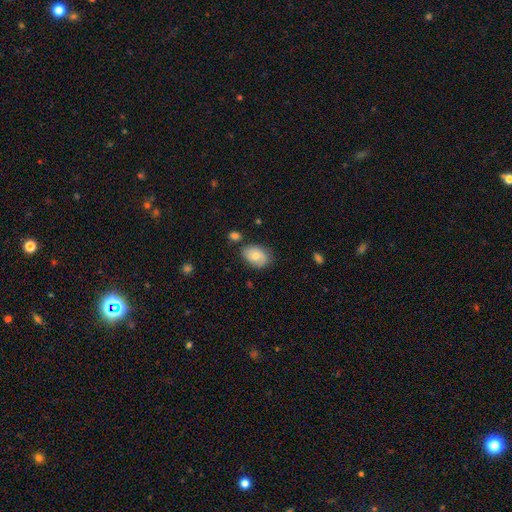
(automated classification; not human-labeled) Smooth or featured: smooth — 68% (featured or disk — 25%)
How rounded: in between — 82% (round — 17%)
Merging: none — 70% (minor disturbance — 21%)